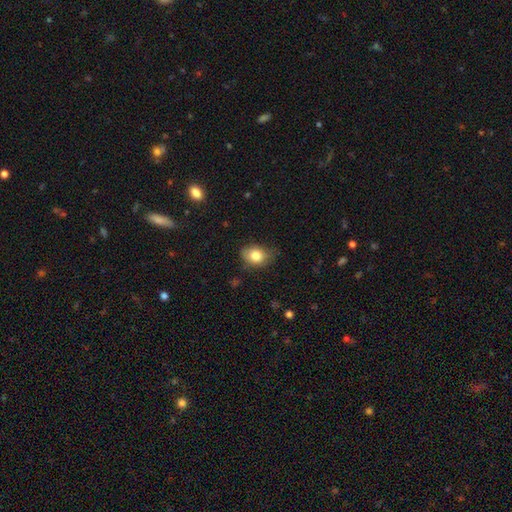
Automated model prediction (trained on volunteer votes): Q: Smooth or featured?
A: smooth (82%); runner-up: featured or disk (10%)
Q: How rounded?
A: in between (69%); runner-up: round (29%)
Q: Merging?
A: none (64%); runner-up: minor disturbance (28%)